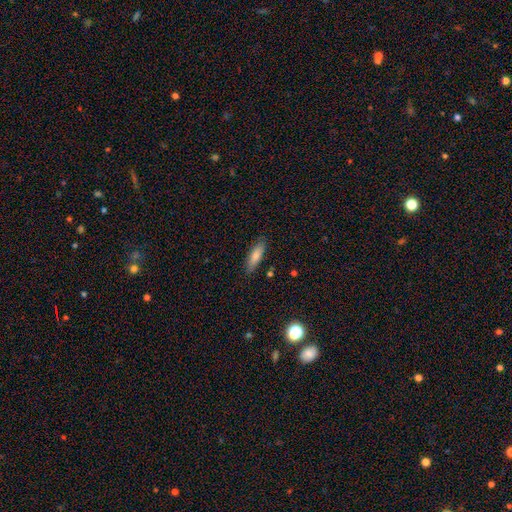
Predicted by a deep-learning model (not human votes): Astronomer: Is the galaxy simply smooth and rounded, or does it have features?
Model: smooth — 78%.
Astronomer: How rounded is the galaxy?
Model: cigar-shaped — 54% (runner-up: in between, 44%).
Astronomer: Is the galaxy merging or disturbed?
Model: none — 85%.